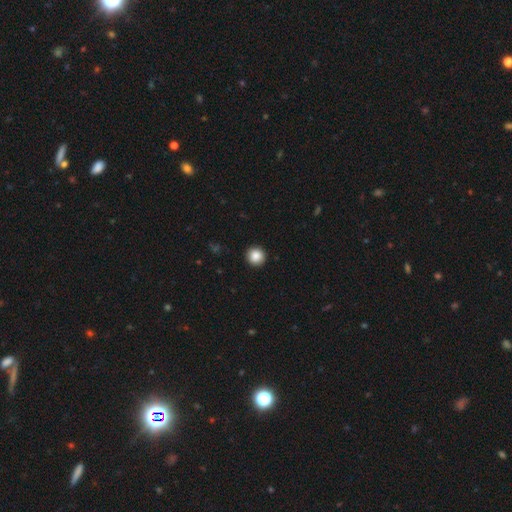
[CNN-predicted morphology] This appears to be a smooth galaxy with no disk features (88%) that is round (94%). Merging: none (93%).